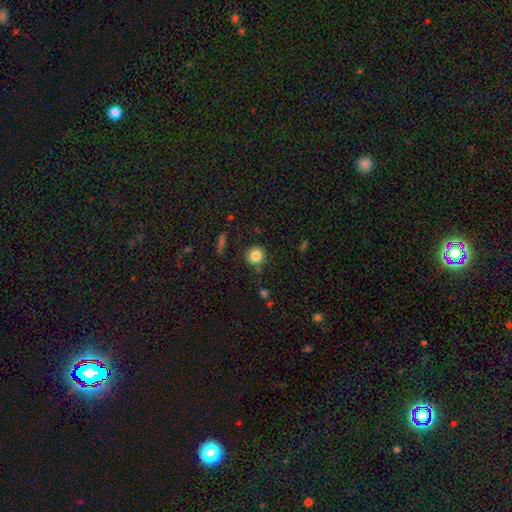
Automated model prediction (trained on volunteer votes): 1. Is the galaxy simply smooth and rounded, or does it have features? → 84% smooth, 10% star or artifact, 6% featured or disk.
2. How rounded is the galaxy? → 93% round, 6% in between, 1% cigar-shaped.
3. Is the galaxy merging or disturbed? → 84% none, 10% minor disturbance, 4% merger, 3% major disturbance.